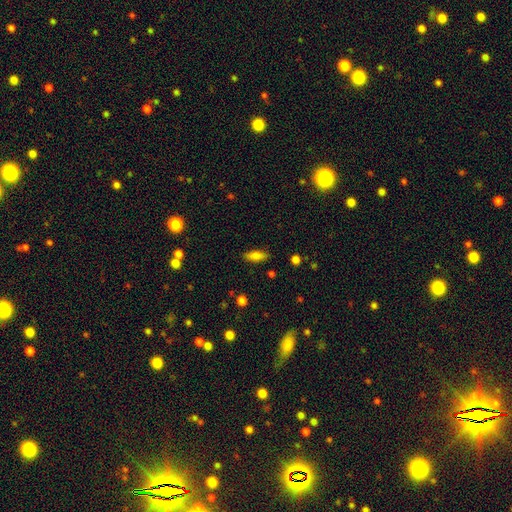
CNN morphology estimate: The model was most divided on "how rounded": in between: 67%, cigar-shaped: 30%, round: 3%. More confident: merging — none (86%); smooth or featured — smooth (76%).